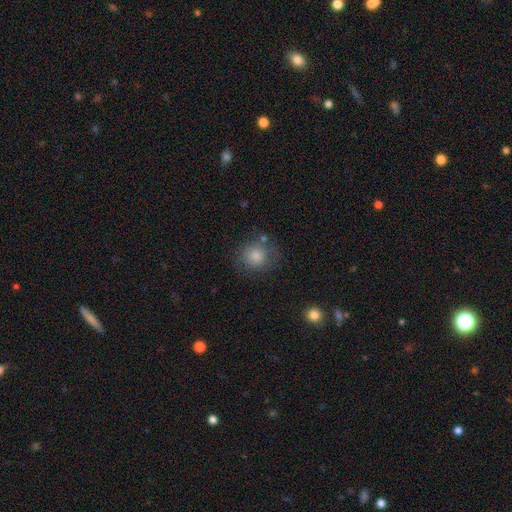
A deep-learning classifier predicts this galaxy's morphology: smooth 79%, star or artifact 12%, featured or disk 9%. Down the decision tree: how rounded — round (86%); merging — none (76%).